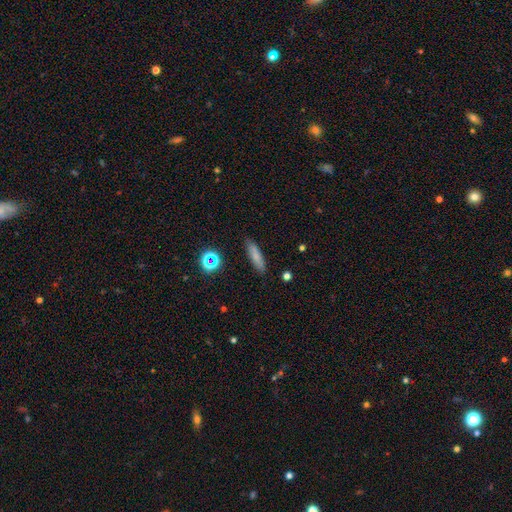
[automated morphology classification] A smooth galaxy with no disk features (76%) that is cigar-shaped (72%). Merging: none (85%).